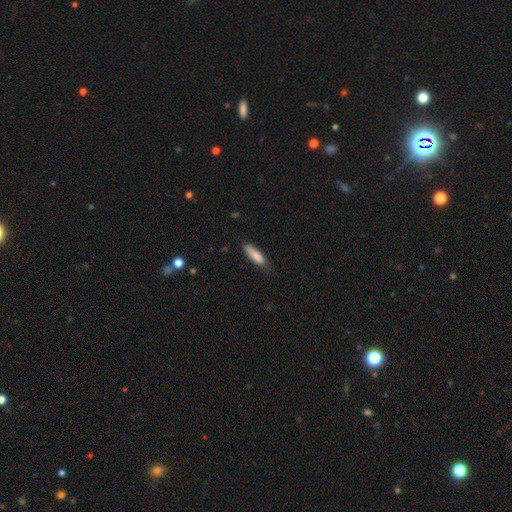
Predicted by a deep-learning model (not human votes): A smooth galaxy with no disk features (85%) that is cigar-shaped (64%). Merging: none (74%).